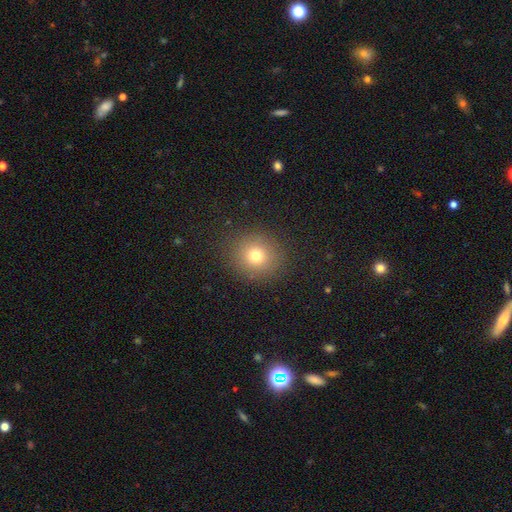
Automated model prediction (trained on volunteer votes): Q: Smooth or featured?
A: smooth (74%); runner-up: star or artifact (16%)
Q: How rounded?
A: round (84%); runner-up: in between (15%)
Q: Merging?
A: none (87%); runner-up: minor disturbance (8%)